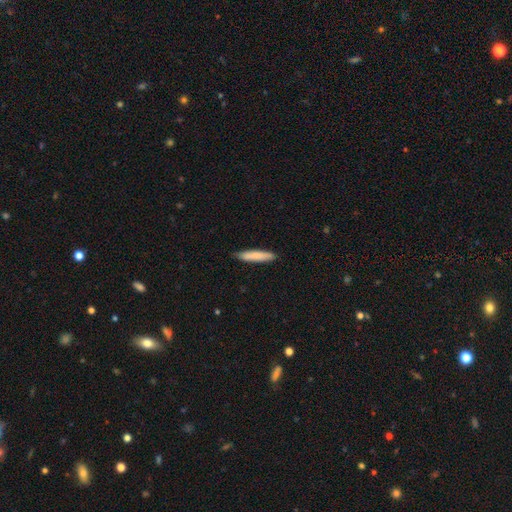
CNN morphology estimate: Smooth or featured: smooth — 81% (featured or disk — 13%)
How rounded: cigar-shaped — 90% (in between — 9%)
Merging: none — 85% (minor disturbance — 12%)